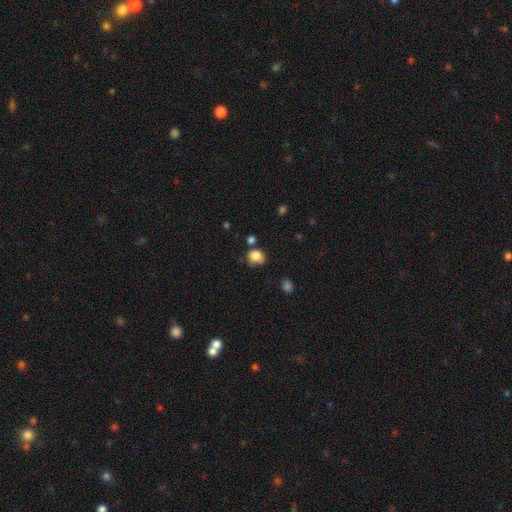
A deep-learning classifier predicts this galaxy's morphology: This is clearly a smooth galaxy (84%). How rounded: likely round (74%). Merging: likely none (64%).